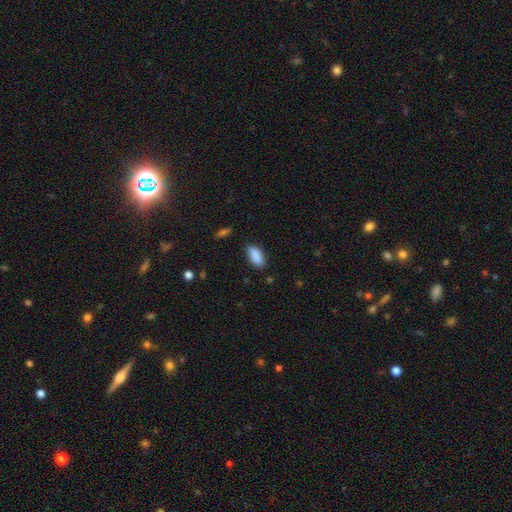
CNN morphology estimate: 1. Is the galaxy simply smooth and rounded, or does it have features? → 89% smooth, 7% star or artifact, 5% featured or disk.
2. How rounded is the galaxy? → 87% in between, 10% cigar-shaped, 2% round.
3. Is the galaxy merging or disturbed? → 79% none, 16% minor disturbance, 3% major disturbance, 2% merger.